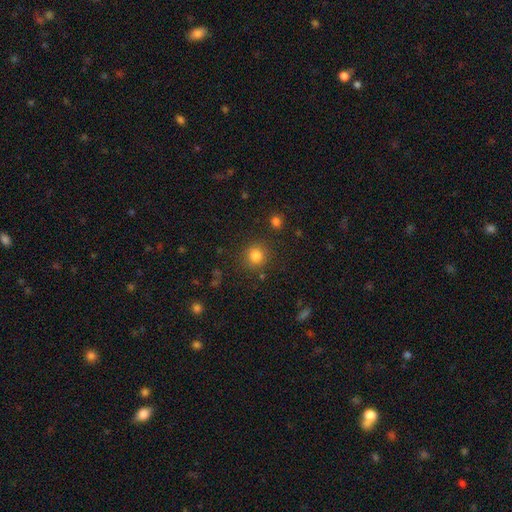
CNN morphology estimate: Smooth or featured? Predicted: smooth (p=0.82). How rounded? Predicted: round (p=0.92). Merging? Predicted: none (p=0.86).